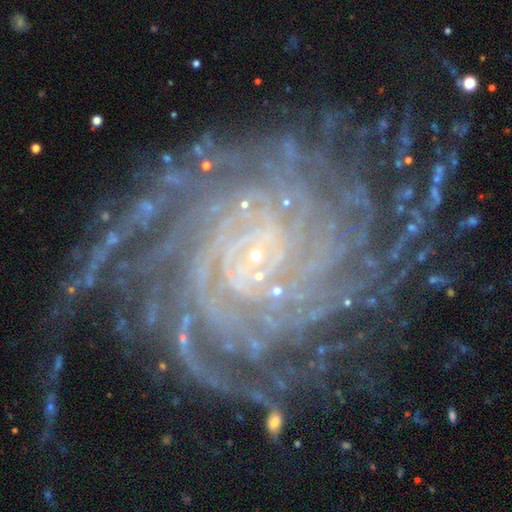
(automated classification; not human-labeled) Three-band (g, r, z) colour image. It shows a featured or disk galaxy (90%) with no bar (64%), more than 4 (33%) tight (82%) spiral arms (98%) and a small central bulge (85%). Merging: none (72%).